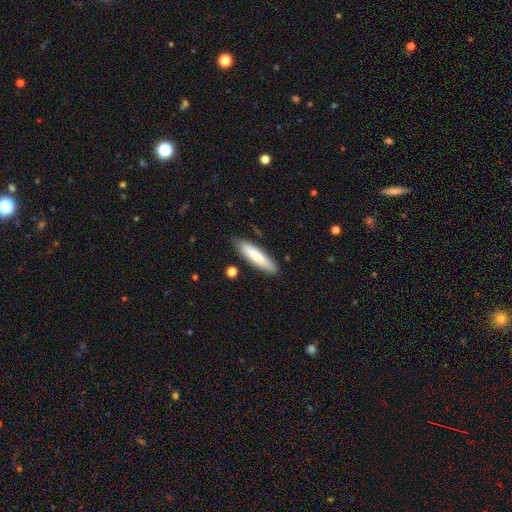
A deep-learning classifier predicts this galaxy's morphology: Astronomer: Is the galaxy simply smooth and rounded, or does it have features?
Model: smooth — 78%.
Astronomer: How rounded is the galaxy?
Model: cigar-shaped — 74%.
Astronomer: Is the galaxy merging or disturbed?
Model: none — 84%.